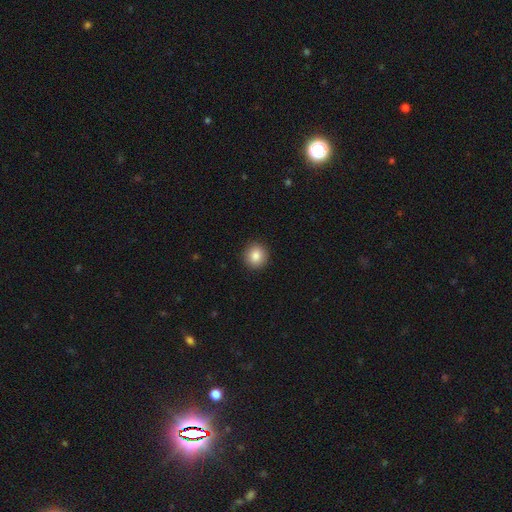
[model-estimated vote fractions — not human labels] This is clearly a smooth galaxy (86%). How rounded: clearly round (91%). Merging: clearly none (92%).